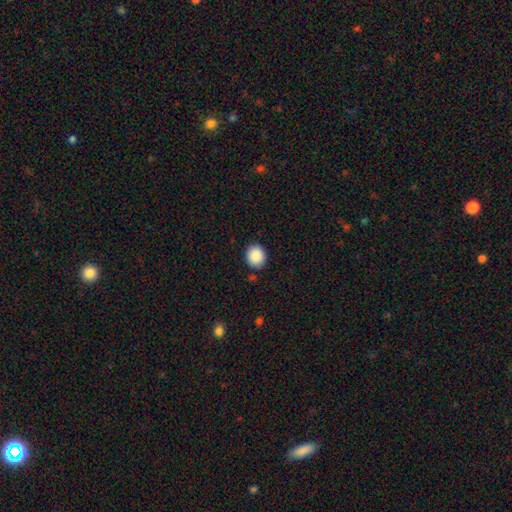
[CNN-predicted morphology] smooth-or-featured: smooth: 89% | star or artifact: 8% | featured or disk: 3%
  how-rounded: round: 77% | in between: 22% | cigar-shaped: 1%
  merging: none: 88% | minor disturbance: 8% | major disturbance: 2% | merger: 2%